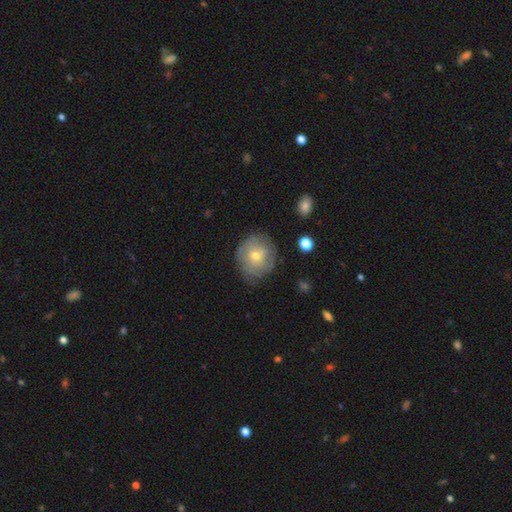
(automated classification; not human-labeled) This appears to be a smooth galaxy with no disk features (53%) that is round (85%). Merging: none (71%).